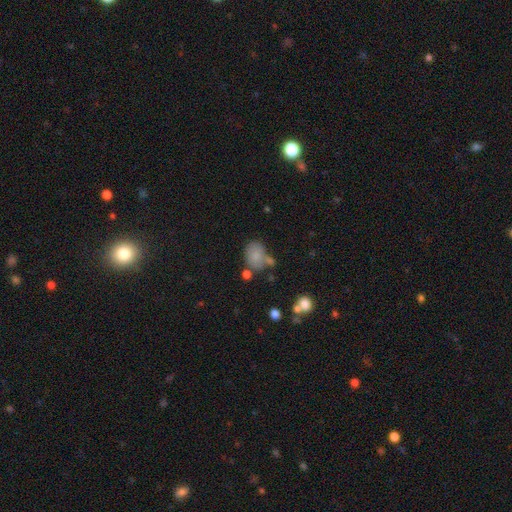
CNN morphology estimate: A smooth galaxy with no disk features (80%) that is in between round and cigar-shaped (67%). Merging: none (51%).